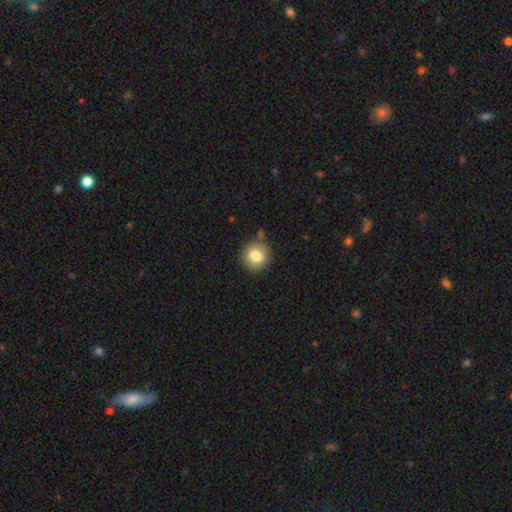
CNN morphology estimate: Smooth or featured?
  - smooth: 81% *
  - featured or disk: 10%
  - star or artifact: 9%
How rounded?
  - round: 87% *
  - in between: 12%
  - cigar-shaped: 1%
Merging?
  - none: 81% *
  - minor disturbance: 12%
  - merger: 4%
  - major disturbance: 3%